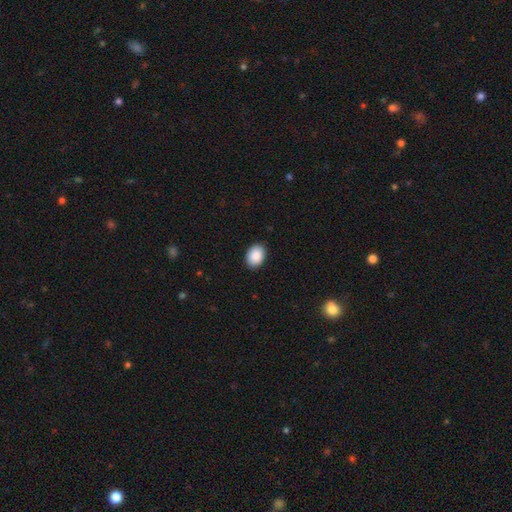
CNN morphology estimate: type=smooth (90%); roundness=in between (76%); merging=none (90%).